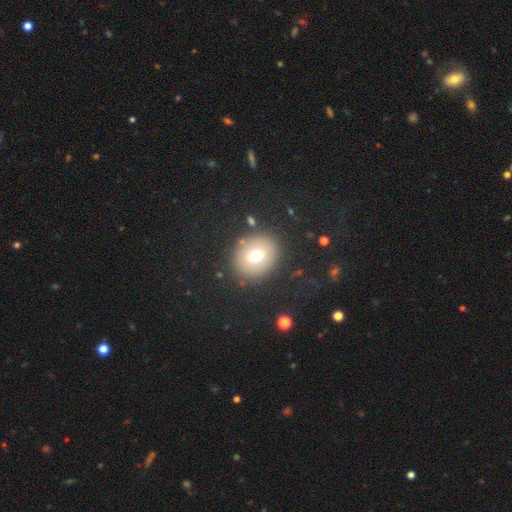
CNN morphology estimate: Smooth or featured?
  - smooth: 69% *
  - featured or disk: 17%
  - star or artifact: 14%
How rounded?
  - round: 70% *
  - in between: 29%
  - cigar-shaped: 1%
Merging?
  - none: 85% *
  - minor disturbance: 8%
  - major disturbance: 4%
  - merger: 3%